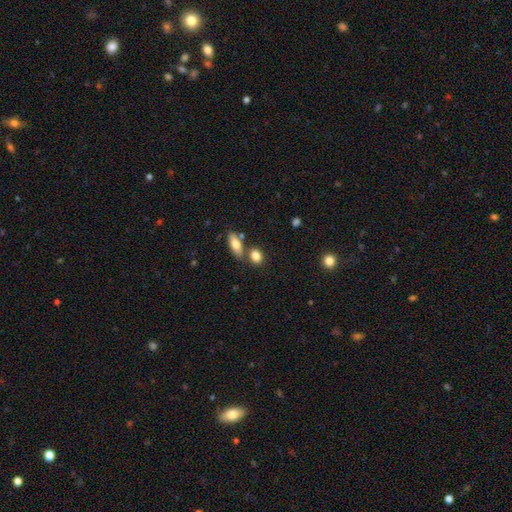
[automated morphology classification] This is clearly a smooth galaxy (83%). How rounded: possibly in between (54%). Merging: likely none (64%).